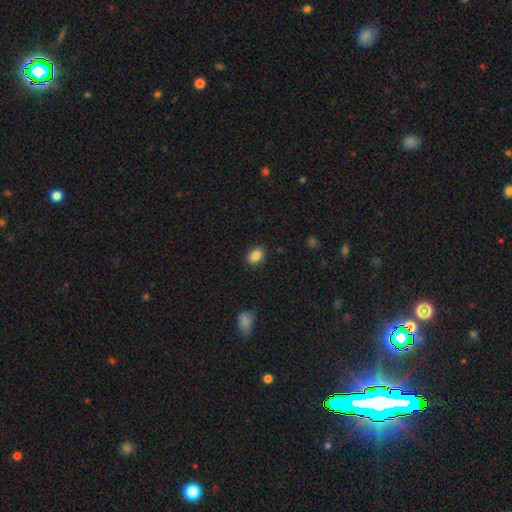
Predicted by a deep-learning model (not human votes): smooth_or_featured: smooth (p=0.86) [alt: star or artifact p=0.09]
how_rounded: in between (p=0.76) [alt: round p=0.23]
merging: none (p=0.88) [alt: minor disturbance p=0.09]